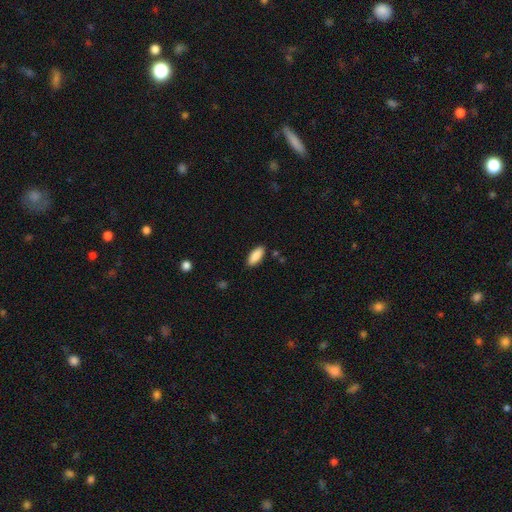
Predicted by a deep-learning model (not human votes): This appears to be a smooth galaxy with no disk features (89%) that is in between round and cigar-shaped (81%). Merging: none (87%).